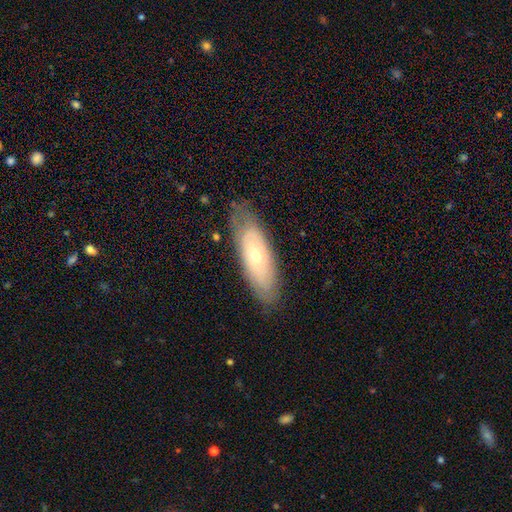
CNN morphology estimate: A featured or disk galaxy (51%).

Vote fractions:
- Smooth or featured? featured or disk: 51% / smooth: 42% / star or artifact: 7%
- Edge-on disk? no: 75% / yes: 25%
- Merging? none: 75% / minor disturbance: 18% / major disturbance: 5% / merger: 1%